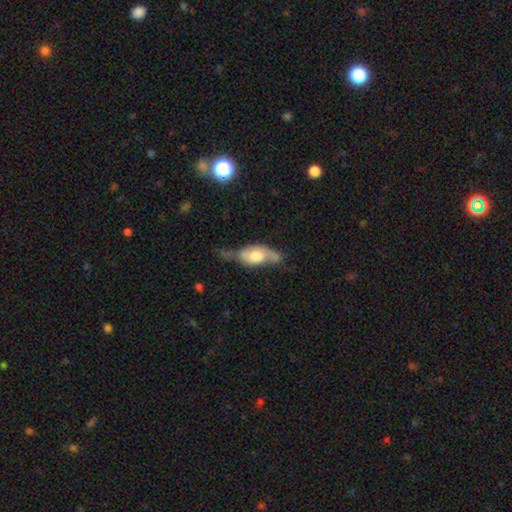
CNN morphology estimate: smooth_or_featured: featured or disk (p=0.49) [alt: smooth p=0.45]
merging: minor disturbance (p=0.35) [alt: none p=0.34]